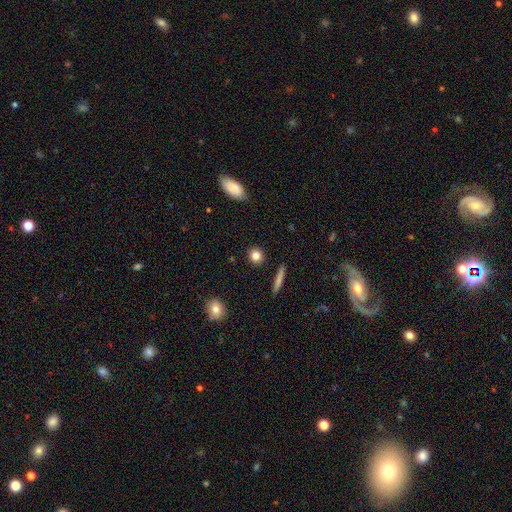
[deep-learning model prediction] Q: Smooth or featured?
A: smooth (83%); runner-up: star or artifact (10%)
Q: How rounded?
A: round (85%); runner-up: in between (12%)
Q: Merging?
A: none (90%); runner-up: minor disturbance (6%)